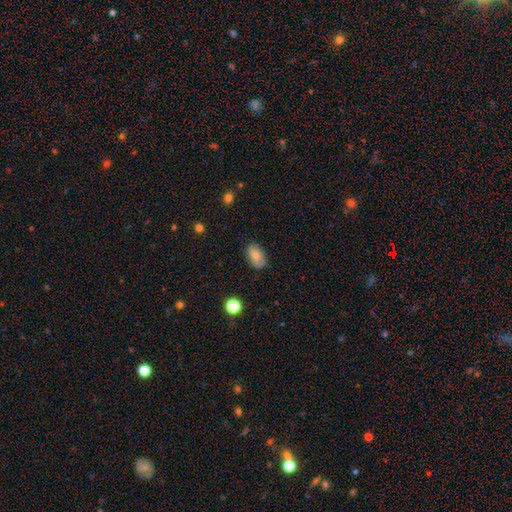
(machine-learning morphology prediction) A smooth galaxy with no disk features (78%) that is in between round and cigar-shaped (89%).

Vote fractions:
- Smooth or featured? smooth: 78% / featured or disk: 13% / star or artifact: 8%
- How rounded? in between: 89% / round: 9% / cigar-shaped: 2%
- Merging? none: 79% / minor disturbance: 17% / major disturbance: 3% / merger: 1%